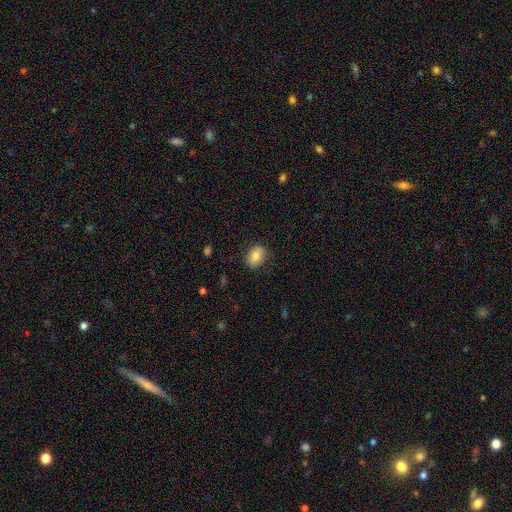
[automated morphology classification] Overall: smooth (77%). How rounded: in between (63%; round 36%). Merging: none (82%).